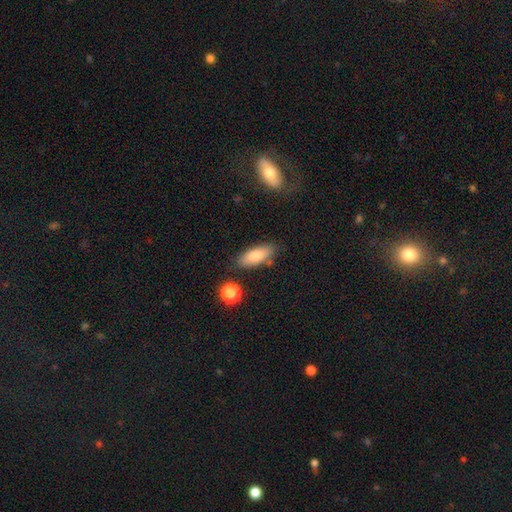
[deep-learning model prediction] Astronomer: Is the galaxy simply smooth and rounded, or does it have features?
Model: smooth — 83%.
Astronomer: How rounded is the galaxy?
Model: in between — 74%.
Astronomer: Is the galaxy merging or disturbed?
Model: none — 78%.